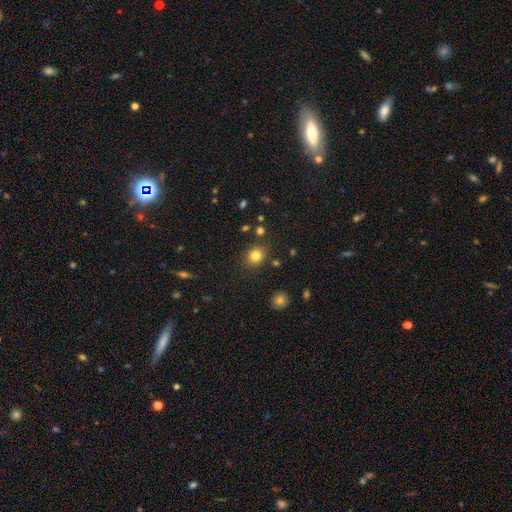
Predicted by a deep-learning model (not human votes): smooth_or_featured: smooth (p=0.82) [alt: star or artifact p=0.12]
how_rounded: round (p=0.69) [alt: in between p=0.30]
merging: none (p=0.84) [alt: minor disturbance p=0.10]